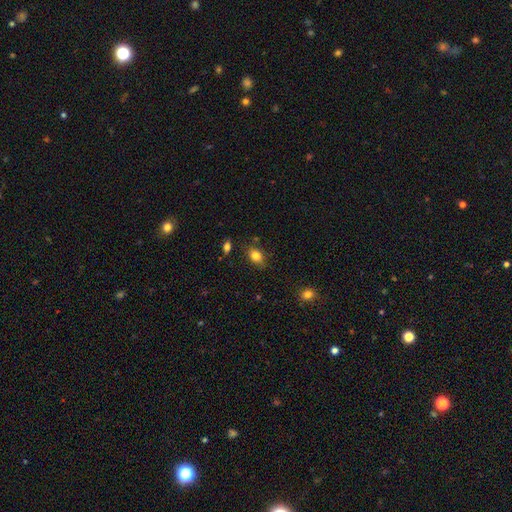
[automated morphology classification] Smooth or featured?
  - smooth: 82% *
  - star or artifact: 10%
  - featured or disk: 8%
How rounded?
  - in between: 74% *
  - round: 24%
  - cigar-shaped: 2%
Merging?
  - none: 78% *
  - minor disturbance: 16%
  - major disturbance: 3%
  - merger: 3%